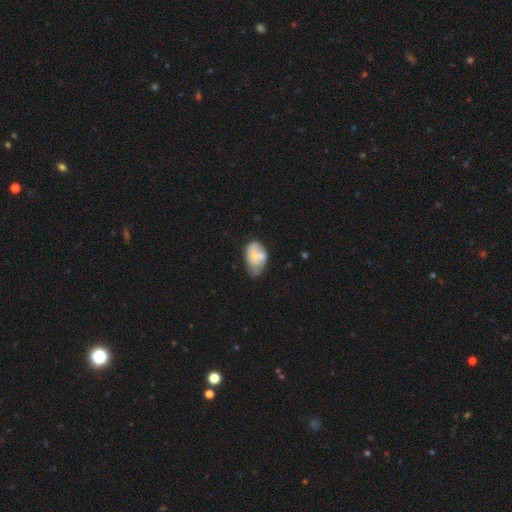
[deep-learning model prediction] Smooth or featured? Predicted: smooth (p=0.58). How rounded? Predicted: in between (p=0.88). Merging? Predicted: minor disturbance (p=0.35).